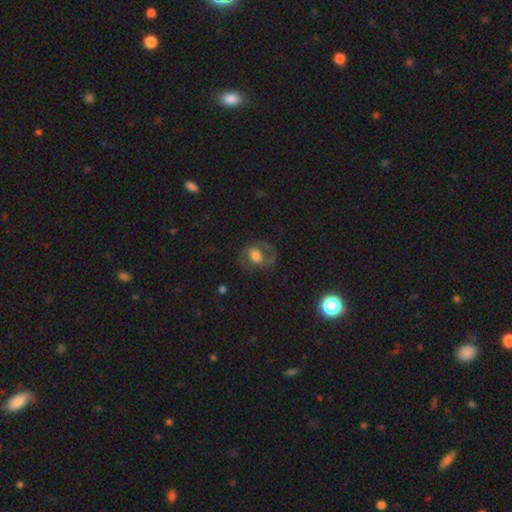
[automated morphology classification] A featured or disk galaxy (55%) with no bar (47%), spiral arms (72%) and a moderate central bulge (40%). Merging: none (61%).